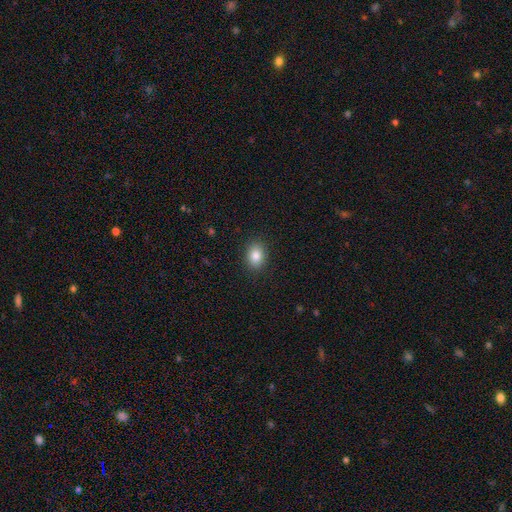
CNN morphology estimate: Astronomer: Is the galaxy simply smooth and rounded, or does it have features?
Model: smooth — 85%.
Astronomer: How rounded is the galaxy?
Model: in between — 63%.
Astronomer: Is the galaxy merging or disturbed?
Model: none — 89%.